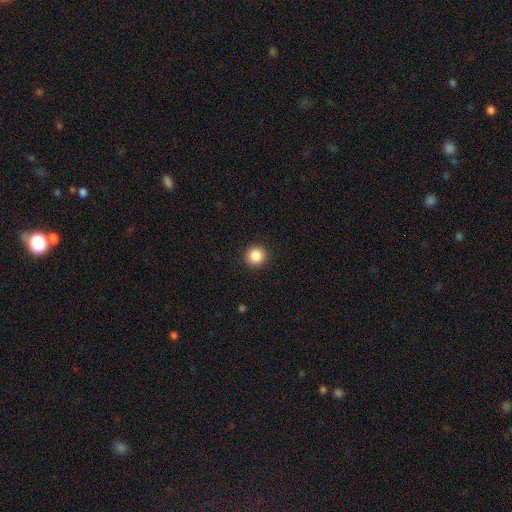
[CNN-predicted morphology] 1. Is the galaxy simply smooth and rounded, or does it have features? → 87% smooth, 9% star or artifact, 3% featured or disk.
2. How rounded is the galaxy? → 95% round, 4% in between, 1% cigar-shaped.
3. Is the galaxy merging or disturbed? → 93% none, 5% minor disturbance, 2% major disturbance, 1% merger.